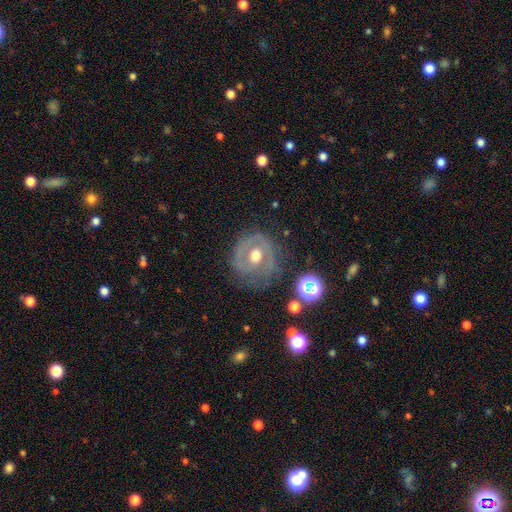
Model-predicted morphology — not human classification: smooth-or-featured: featured or disk: 63% | smooth: 29% | star or artifact: 8%
  disk-edge-on: no: 96% | yes: 4%
    bar: no: 71% | weak: 23% | strong: 7%
    has-spiral-arms: no: 52% | yes: 48%
    bulge-size: moderate: 75% | large: 15% | small: 8% | dominant: 1% | none: 1%
  merging: none: 64% | minor disturbance: 21% | major disturbance: 13% | merger: 2%